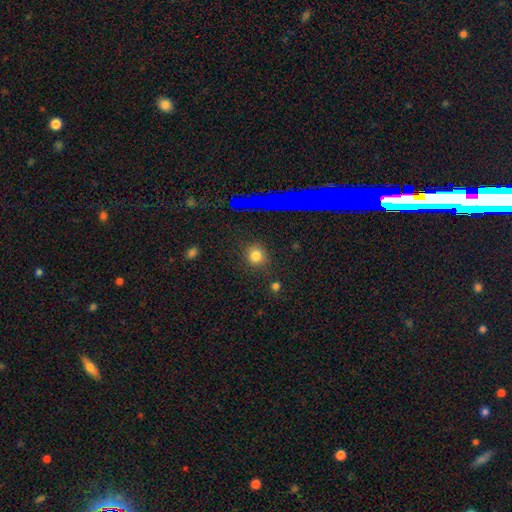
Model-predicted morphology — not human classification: smooth_or_featured: smooth (p=0.78) [alt: star or artifact p=0.15]
how_rounded: round (p=0.85) [alt: in between p=0.14]
merging: none (p=0.88) [alt: minor disturbance p=0.08]